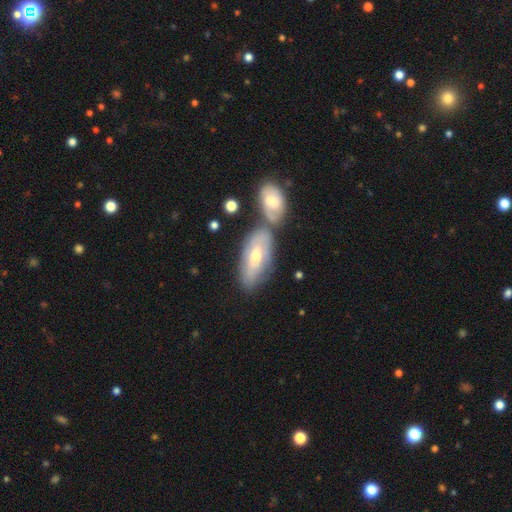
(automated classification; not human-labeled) The model was most divided on "smooth or featured": featured or disk: 51%, smooth: 43%, star or artifact: 6%. Remaining: edge-on disk — no (82%); merging — none (47%).